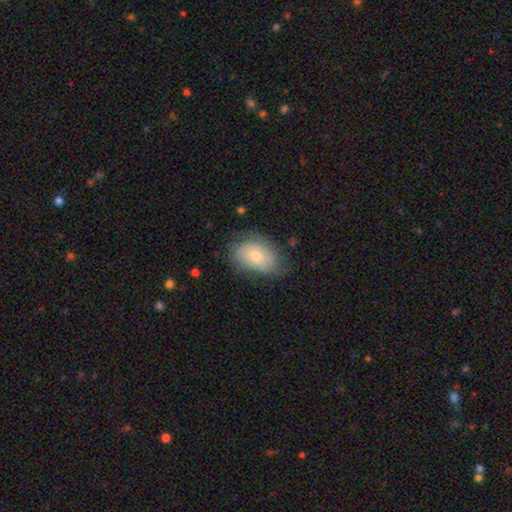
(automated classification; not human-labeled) Overall: smooth (56%; featured or disk 37%). How rounded: in between (83%). Merging: none (61%; minor disturbance 28%).